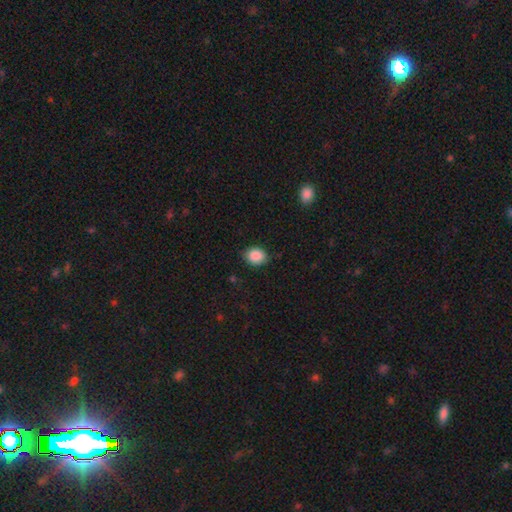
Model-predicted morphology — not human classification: This is clearly a smooth galaxy (88%). How rounded: possibly round (58%). Merging: clearly none (82%).